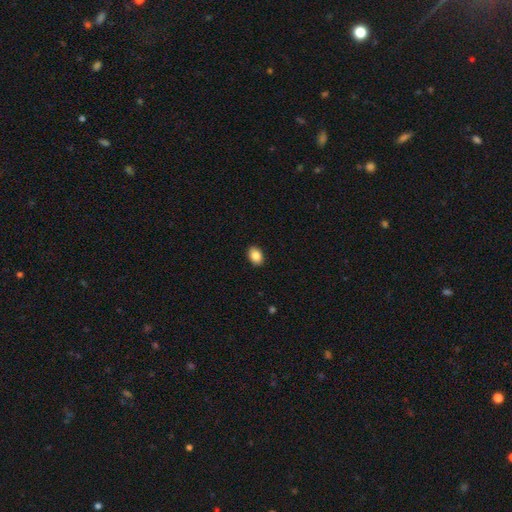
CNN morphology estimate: smooth_or_featured: smooth (p=0.87) [alt: star or artifact p=0.08]
how_rounded: in between (p=0.79) [alt: round p=0.20]
merging: none (p=0.90) [alt: minor disturbance p=0.07]